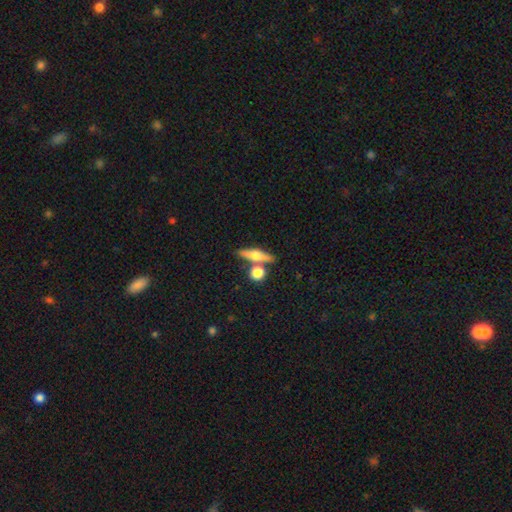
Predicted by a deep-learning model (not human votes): The model was most divided on "smooth or featured" (2-way tie): featured or disk: 46%, smooth: 46%, star or artifact: 8%. More confident: merging — none (70%).